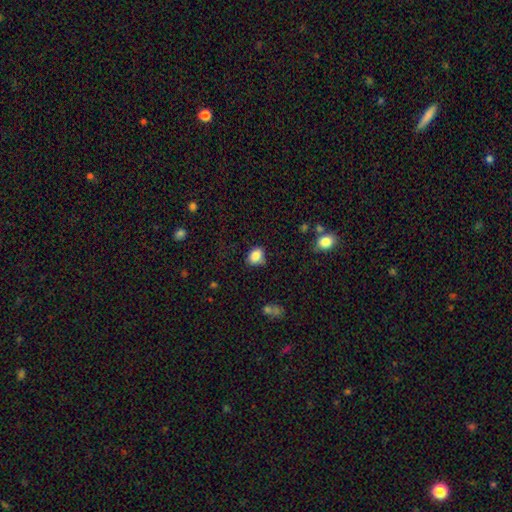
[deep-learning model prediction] A smooth galaxy with no disk features (85%) that is in between round and cigar-shaped (61%).

Vote fractions:
- Smooth or featured? smooth: 85% / star or artifact: 9% / featured or disk: 5%
- How rounded? in between: 61% / round: 38% / cigar-shaped: 1%
- Merging? none: 69% / minor disturbance: 23% / major disturbance: 5% / merger: 3%